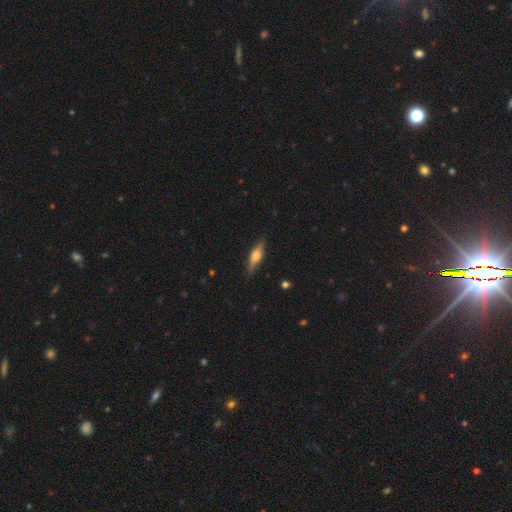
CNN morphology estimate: A featured or disk galaxy (56%) viewed edge-on (94%) with a rounded central bulge (89%).

Vote fractions:
- Smooth or featured? featured or disk: 56% / smooth: 37% / star or artifact: 6%
- Edge-on disk? yes: 94% / no: 6%
- Edge-on bulge? rounded: 89% / boxy: 8% / none: 3%
- Merging? none: 87% / minor disturbance: 10% / major disturbance: 2% / merger: 1%